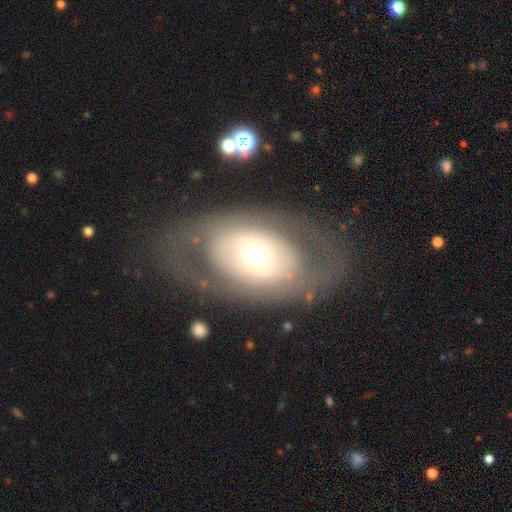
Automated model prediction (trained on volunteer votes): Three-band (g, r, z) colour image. It shows a featured or disk galaxy (56%) with no bar (84%), no spiral arms (84%) and a moderate central bulge (60%). Merging: none (76%).